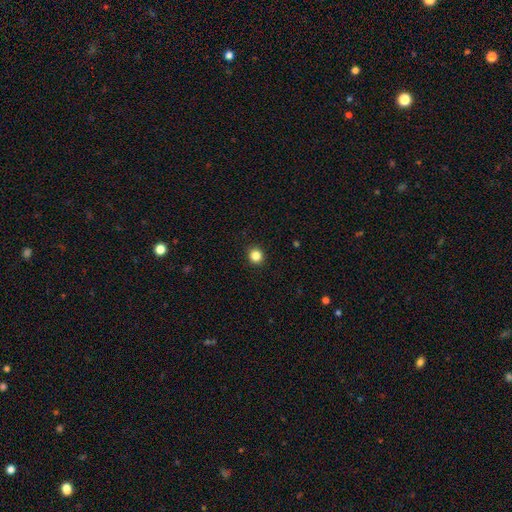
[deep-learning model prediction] Q: Smooth or featured?
A: smooth (84%); runner-up: star or artifact (12%)
Q: How rounded?
A: round (92%); runner-up: in between (7%)
Q: Merging?
A: none (93%); runner-up: minor disturbance (4%)